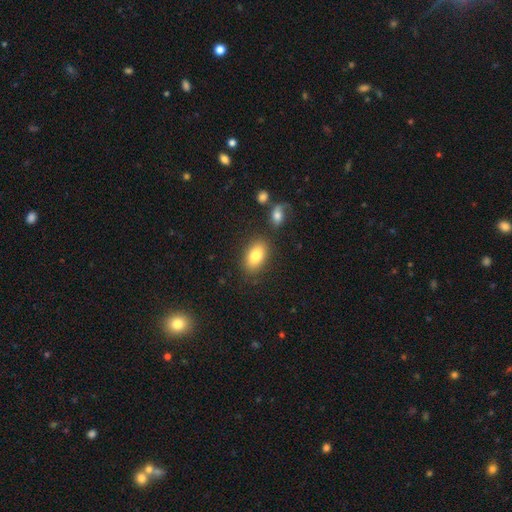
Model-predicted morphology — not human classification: Smooth or featured? smooth (81%)
How rounded? in between (89%)
Merging? none (81%)